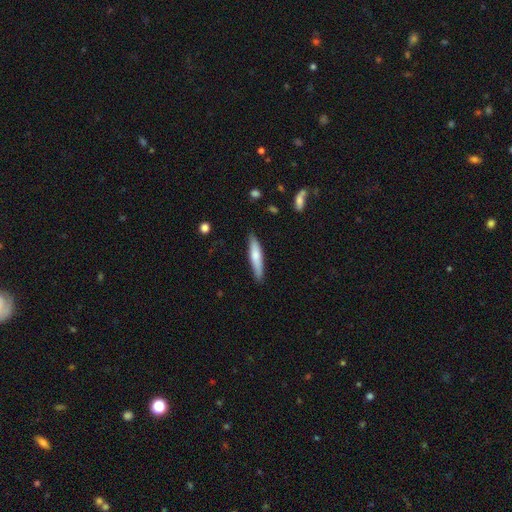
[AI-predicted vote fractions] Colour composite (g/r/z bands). It shows a smooth galaxy with no disk features (68%) that is cigar-shaped (88%). Merging: none (85%).